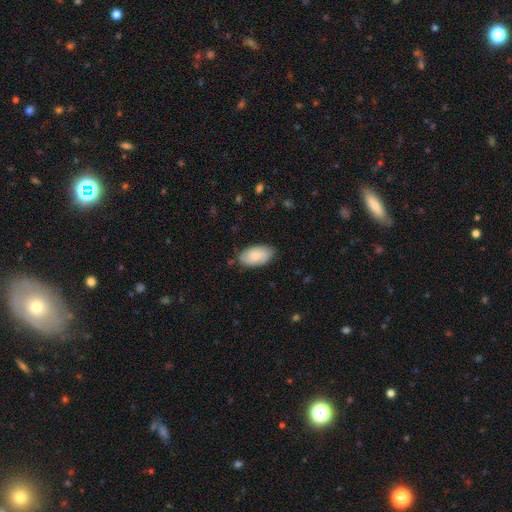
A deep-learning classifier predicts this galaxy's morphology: This is likely a smooth galaxy (70%). How rounded: clearly in between (95%). Merging: likely none (78%).